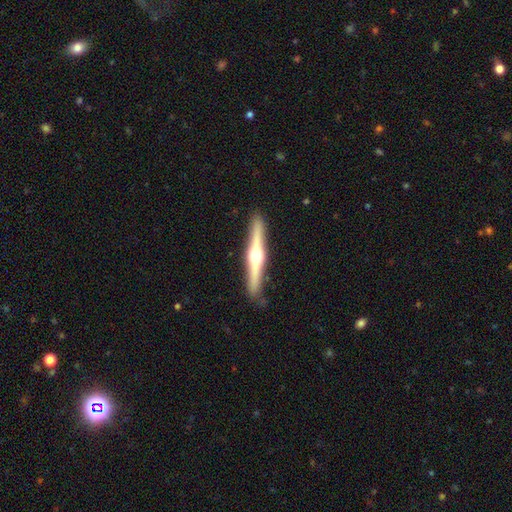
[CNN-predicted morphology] smooth_or_featured: featured or disk (p=0.75) [alt: smooth p=0.21]
disk_edge_on: yes (p=0.98) [alt: no p=0.02]
edge_on_bulge: rounded (p=0.95) [alt: boxy p=0.03]
merging: none (p=0.89) [alt: minor disturbance p=0.08]